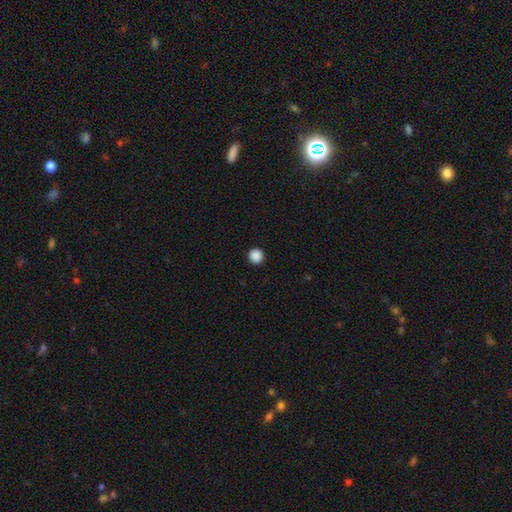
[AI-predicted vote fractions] A smooth galaxy with no disk features (88%) that is round (96%). Merging: none (94%).